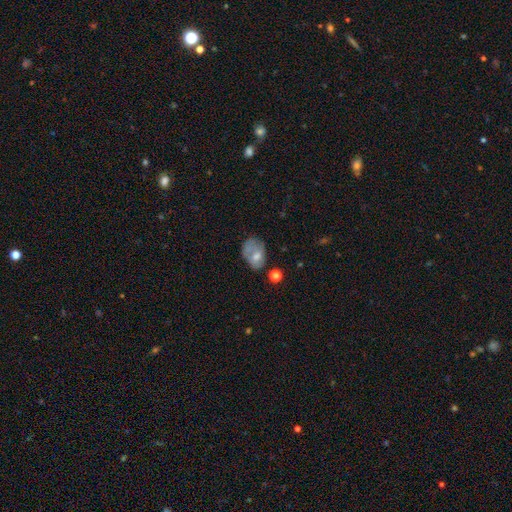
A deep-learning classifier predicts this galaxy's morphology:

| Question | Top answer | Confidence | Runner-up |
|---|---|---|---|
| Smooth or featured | smooth | 58% | featured or disk (33%) |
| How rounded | in between | 79% | round (19%) |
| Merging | none | 38% | minor disturbance (30%) |